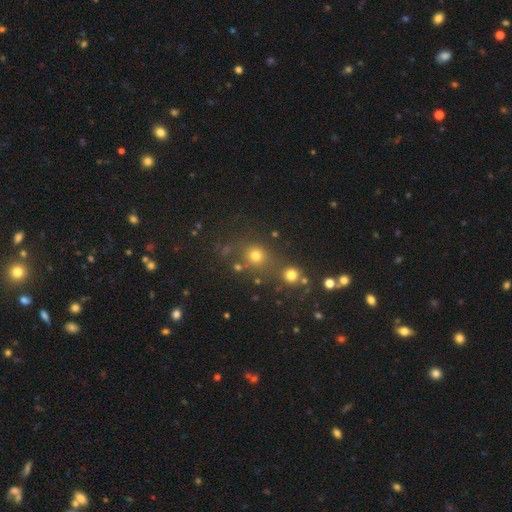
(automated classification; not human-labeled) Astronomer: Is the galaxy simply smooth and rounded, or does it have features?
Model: smooth — 71%.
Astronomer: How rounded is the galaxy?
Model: round — 88%.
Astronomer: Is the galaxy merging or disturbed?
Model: none — 67%.